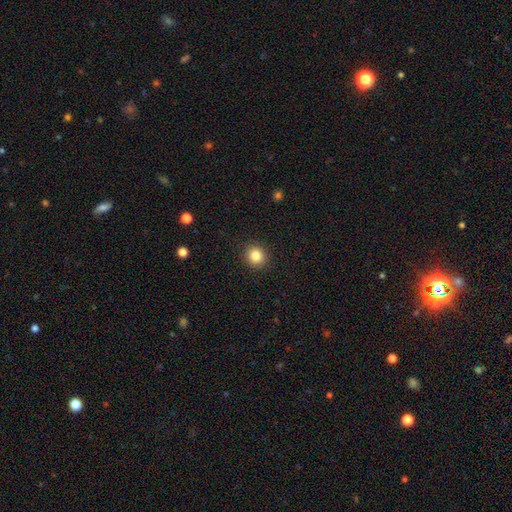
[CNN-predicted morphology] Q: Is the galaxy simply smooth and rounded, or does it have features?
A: smooth — 85%.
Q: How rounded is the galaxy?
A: round — 86%.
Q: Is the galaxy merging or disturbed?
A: none — 91%.